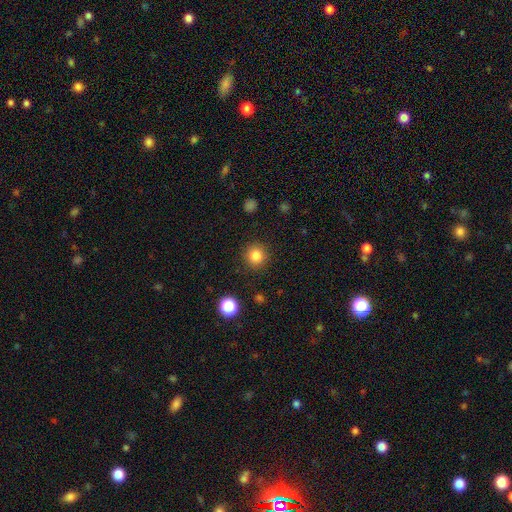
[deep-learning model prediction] The model was most divided on "smooth or featured": smooth: 82%, star or artifact: 12%, featured or disk: 6%. More confident: how rounded — round (94%); merging — none (90%).